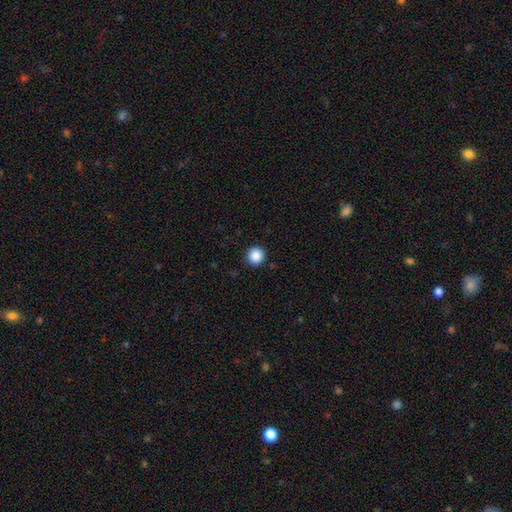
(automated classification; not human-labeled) Smooth or featured? Predicted: smooth (p=0.88). How rounded? Predicted: round (p=0.94). Merging? Predicted: none (p=0.92).